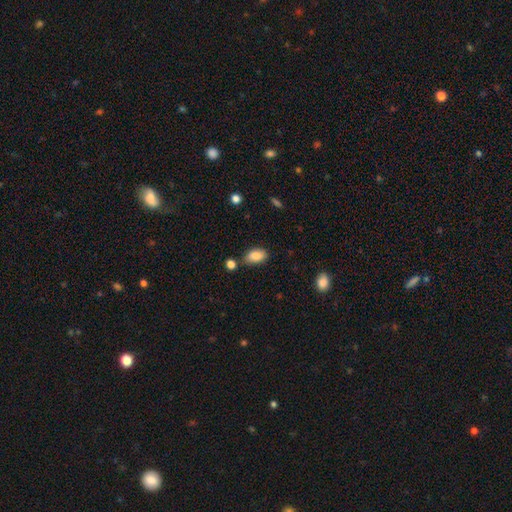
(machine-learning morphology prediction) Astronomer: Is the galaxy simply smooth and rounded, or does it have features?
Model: smooth — 85%.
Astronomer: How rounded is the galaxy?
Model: in between — 91%.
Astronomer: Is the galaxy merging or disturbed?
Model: none — 75%.